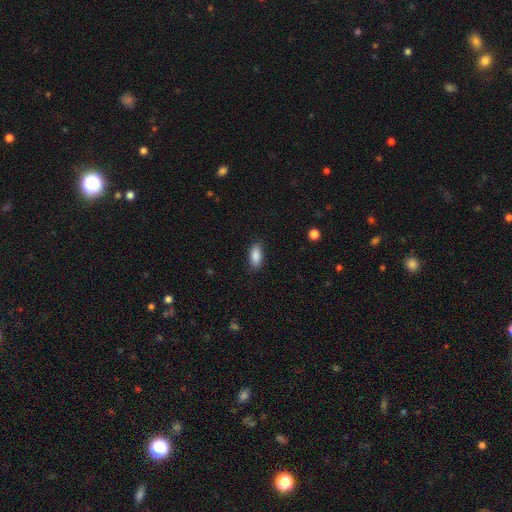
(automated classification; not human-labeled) Overall: smooth (88%). How rounded: in between (87%). Merging: none (85%).